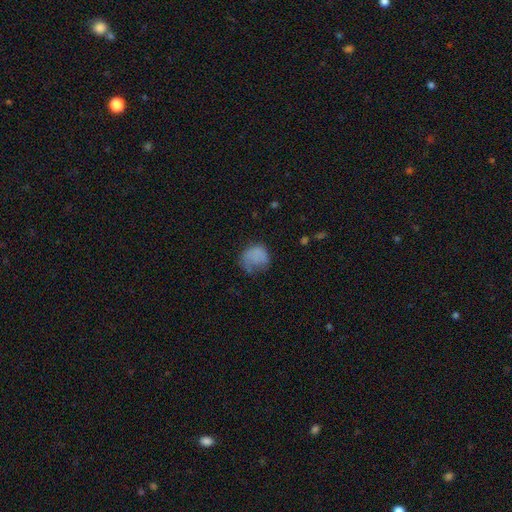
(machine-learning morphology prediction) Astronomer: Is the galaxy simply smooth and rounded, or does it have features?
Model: smooth — 71%.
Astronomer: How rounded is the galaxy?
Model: round — 67%.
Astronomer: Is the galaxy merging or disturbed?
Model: none — 38% (runner-up: major disturbance, 31%).